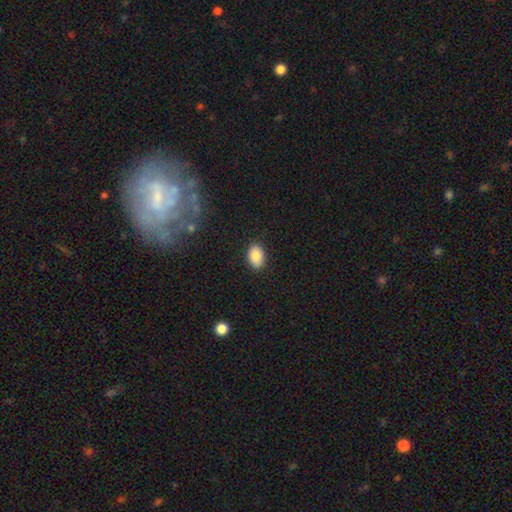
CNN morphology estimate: This appears to be a smooth galaxy with no disk features (87%) that is in between round and cigar-shaped (89%). Merging: none (88%).